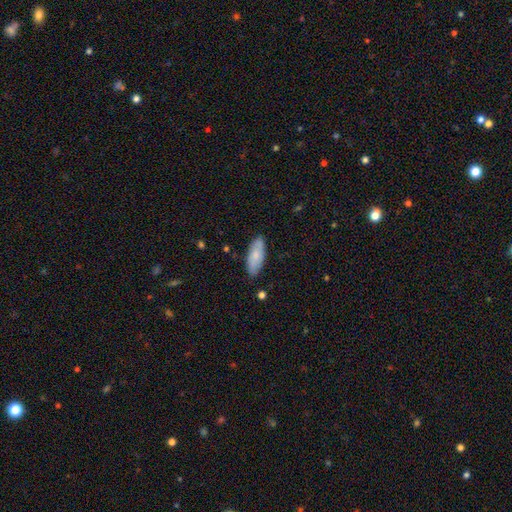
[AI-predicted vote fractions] This appears to be a smooth galaxy with no disk features (72%) that is in between round and cigar-shaped (80%). Merging: none (80%).